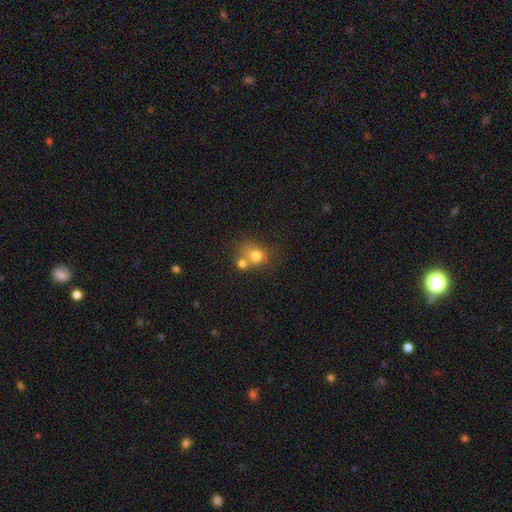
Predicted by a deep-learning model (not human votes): The model was most divided on "merging": none: 42%, merger: 39%, minor disturbance: 12%, major disturbance: 6%. More confident: smooth or featured — smooth (75%); how rounded — round (73%).